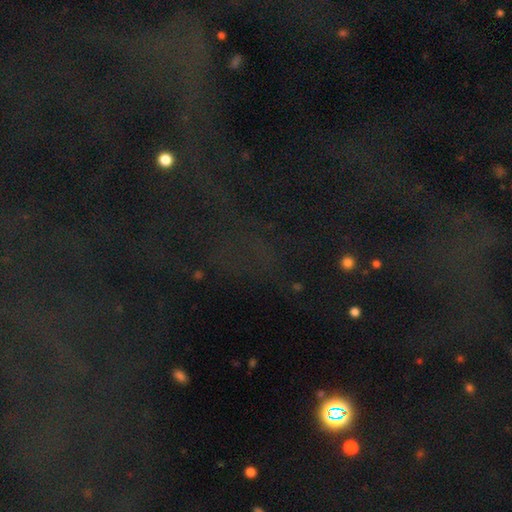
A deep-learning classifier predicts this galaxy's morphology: type=star or artifact (73%).